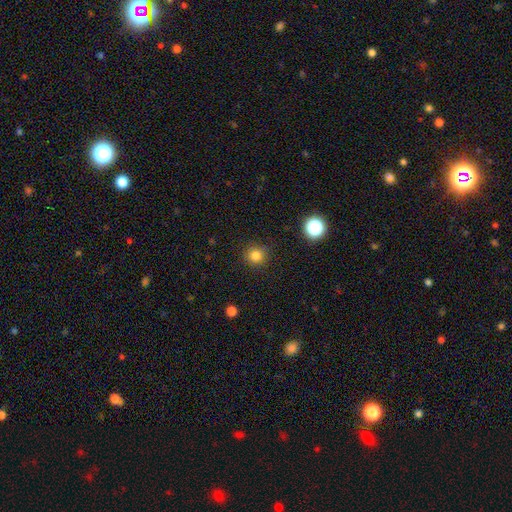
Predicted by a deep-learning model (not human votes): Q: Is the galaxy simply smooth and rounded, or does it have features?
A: smooth — 82%.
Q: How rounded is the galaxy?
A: round — 93%.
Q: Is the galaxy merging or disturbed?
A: none — 89%.